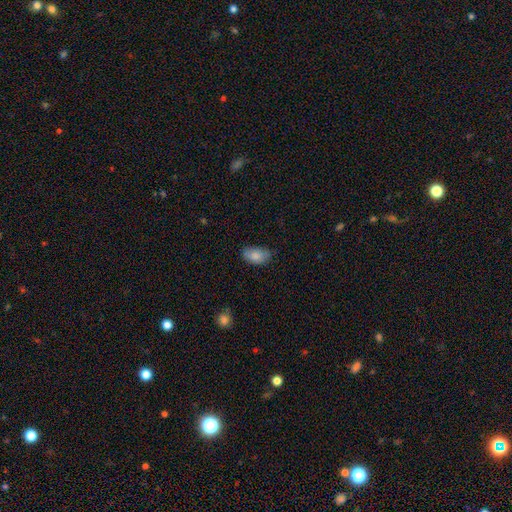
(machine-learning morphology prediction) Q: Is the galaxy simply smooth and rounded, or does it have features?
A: smooth — 83%.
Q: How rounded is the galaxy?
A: in between — 92%.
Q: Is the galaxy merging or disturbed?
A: none — 68%.